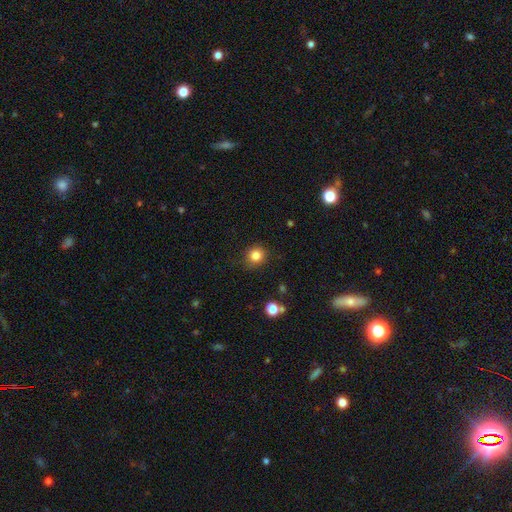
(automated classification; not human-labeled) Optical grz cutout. It shows a smooth galaxy with no disk features (83%) that is round (89%). Merging: none (87%).